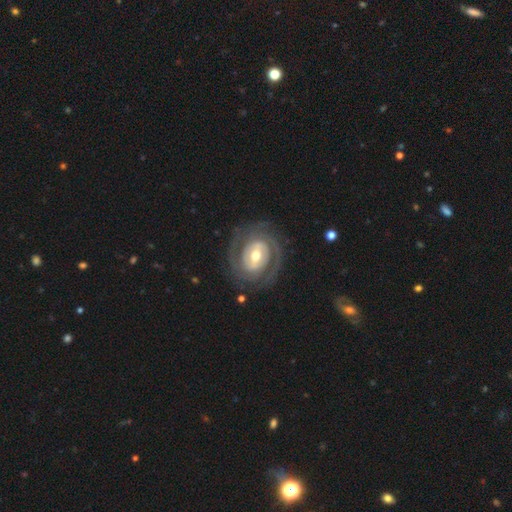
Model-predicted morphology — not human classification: featured or disk 87%, smooth 9%, star or artifact 4%. Down the decision tree: edge-on disk — no (97%); bar — weak (39%); spiral arms — yes (90%); spiral arm count — 2 (71%); spiral winding — tight (65%); bulge size — moderate (69%); merging — none (79%).